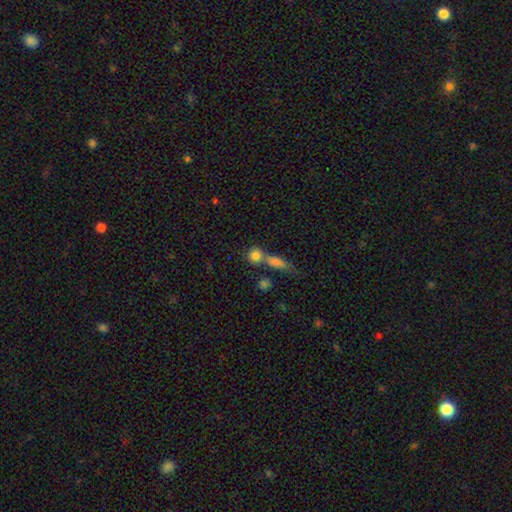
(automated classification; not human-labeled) smooth_or_featured: smooth (p=0.81) [alt: star or artifact p=0.10]
how_rounded: round (p=0.81) [alt: in between p=0.15]
merging: none (p=0.54) [alt: merger p=0.34]